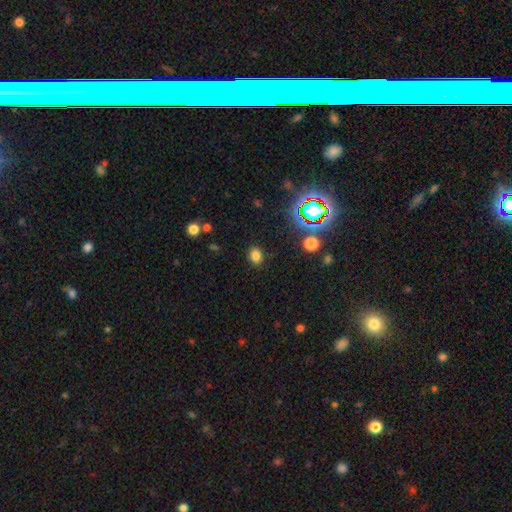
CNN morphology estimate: Smooth or featured? smooth (77%)
How rounded? in between (61%)
Merging? none (87%)